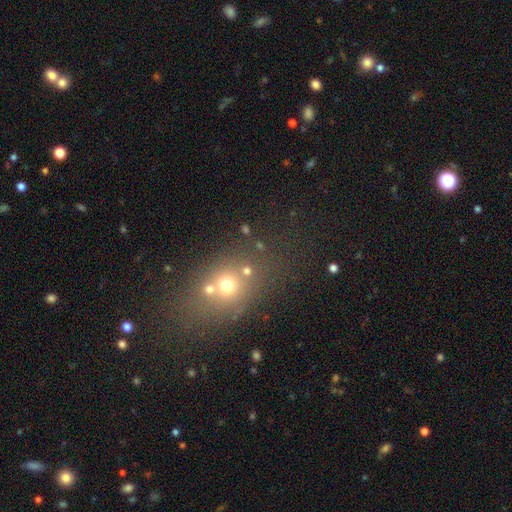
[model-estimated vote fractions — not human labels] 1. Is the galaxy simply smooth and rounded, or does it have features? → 42% smooth, 40% star or artifact, 18% featured or disk.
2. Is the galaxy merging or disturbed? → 58% none, 25% merger, 10% minor disturbance, 6% major disturbance.